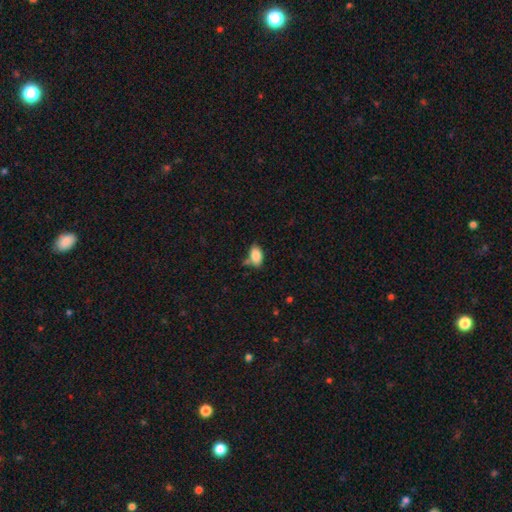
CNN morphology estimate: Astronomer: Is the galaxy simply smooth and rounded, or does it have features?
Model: smooth — 85%.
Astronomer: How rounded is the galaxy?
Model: in between — 91%.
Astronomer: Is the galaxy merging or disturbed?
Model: none — 60%.